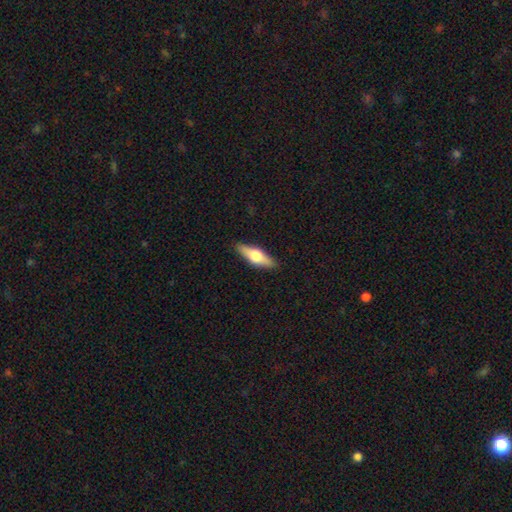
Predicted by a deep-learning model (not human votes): smooth_or_featured: featured or disk (p=0.50) [alt: smooth p=0.45]
merging: none (p=0.89) [alt: minor disturbance p=0.08]